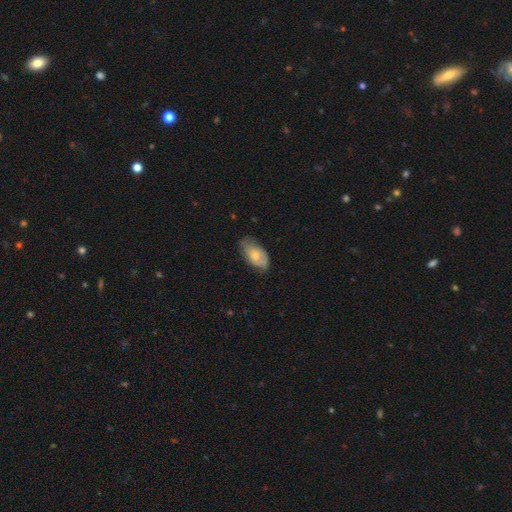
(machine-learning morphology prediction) A smooth galaxy with no disk features (59%) that is in between round and cigar-shaped (92%). Merging: none (55%).